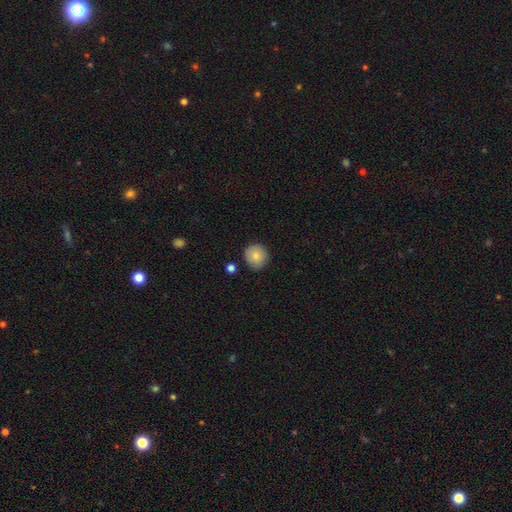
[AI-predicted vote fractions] Smooth or featured: smooth — 82% (featured or disk — 10%)
How rounded: round — 92% (in between — 7%)
Merging: none — 85% (minor disturbance — 11%)